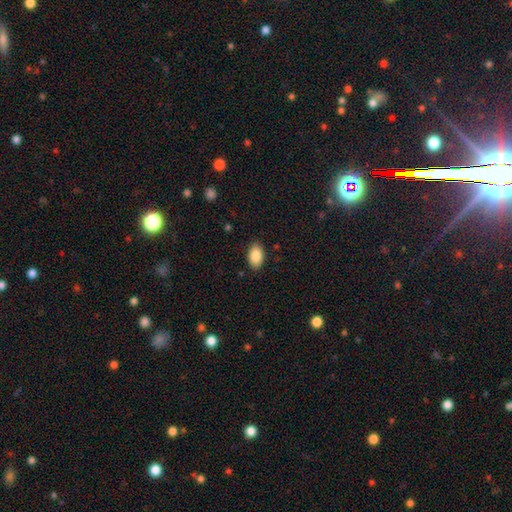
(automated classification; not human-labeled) smooth-or-featured: smooth: 88% | star or artifact: 7% | featured or disk: 6%
  how-rounded: in between: 93% | round: 6% | cigar-shaped: 1%
  merging: none: 87% | minor disturbance: 10% | major disturbance: 2% | merger: 1%